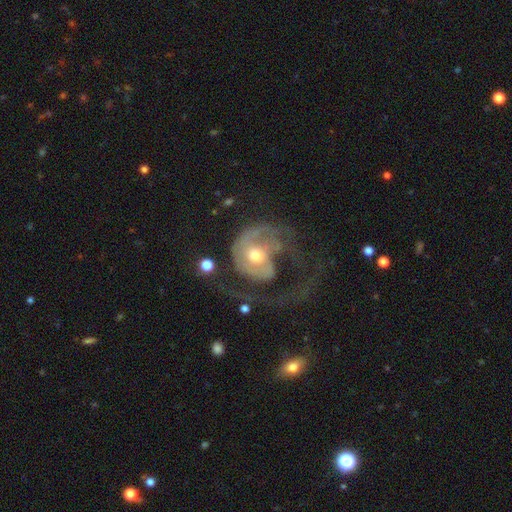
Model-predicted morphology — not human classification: This appears to be a featured or disk galaxy (74%) with no bar (72%), 1 (49%) medium (39%) spiral arms (77%) and a moderate central bulge (62%). Merging: major disturbance (59%).